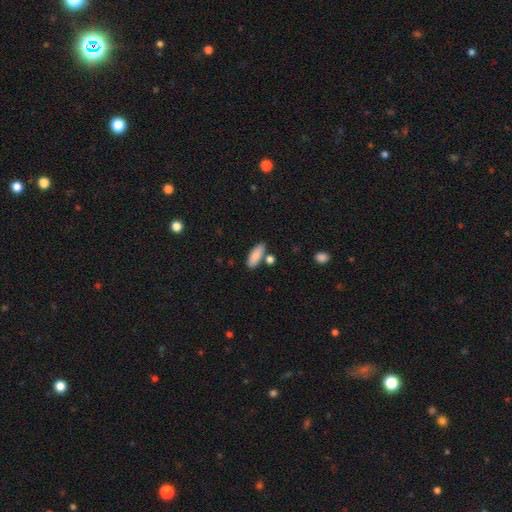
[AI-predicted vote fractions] Smooth or featured: smooth — 87% (star or artifact — 6%)
How rounded: in between — 74% (cigar-shaped — 24%)
Merging: none — 74% (minor disturbance — 12%)